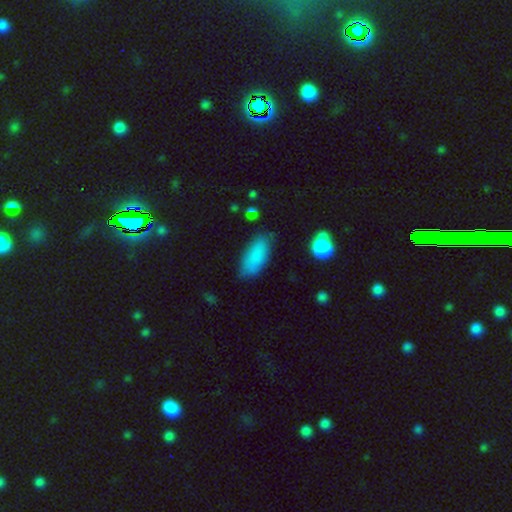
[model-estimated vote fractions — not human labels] smooth_or_featured: smooth (p=0.85) [alt: featured or disk p=0.09]
how_rounded: in between (p=0.82) [alt: cigar-shaped p=0.15]
merging: none (p=0.75) [alt: minor disturbance p=0.18]